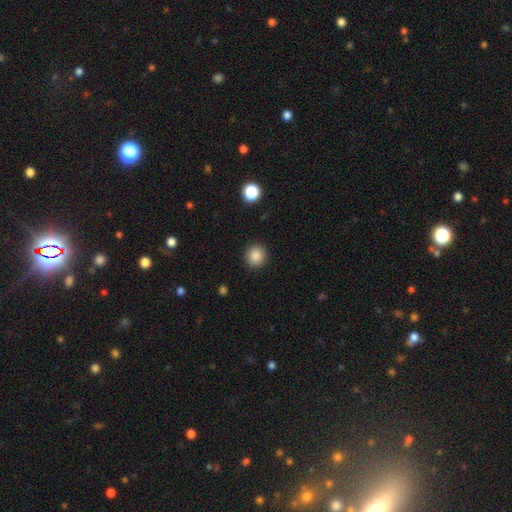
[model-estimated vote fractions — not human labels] smooth-or-featured: smooth: 87% | star or artifact: 9% | featured or disk: 4%
  how-rounded: round: 89% | in between: 10% | cigar-shaped: 1%
  merging: none: 91% | minor disturbance: 6% | major disturbance: 2% | merger: 1%